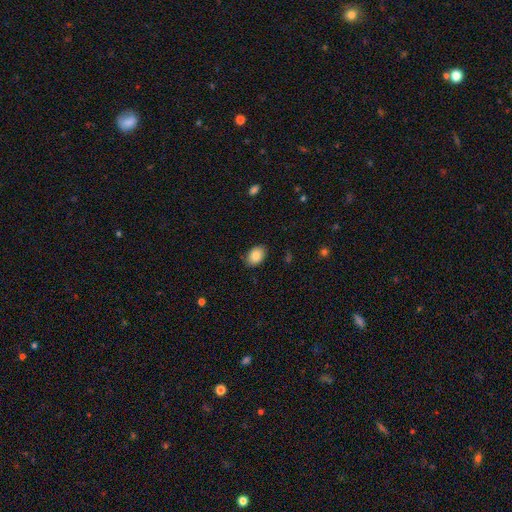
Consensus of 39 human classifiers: smooth_or_featured: smooth (p=0.87) [alt: featured or disk p=0.08]
how_rounded: in between (p=0.74) [alt: round p=0.26]
merging: none (p=0.89) [alt: minor disturbance p=0.05]